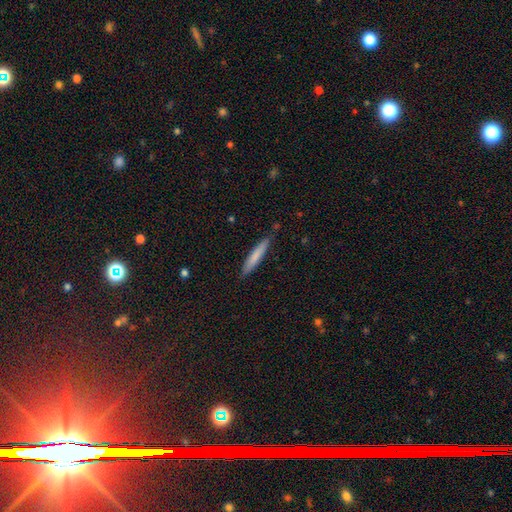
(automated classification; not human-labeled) Morphology: type=smooth (75%); roundness=cigar-shaped (93%); merging=none (87%).